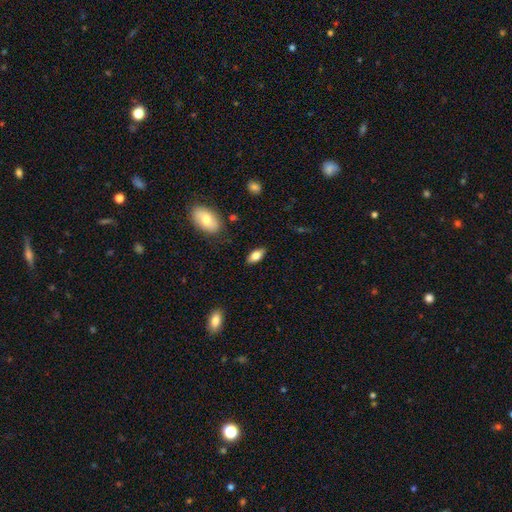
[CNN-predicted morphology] Overall: smooth (76%). How rounded: in between (88%). Merging: none (86%).